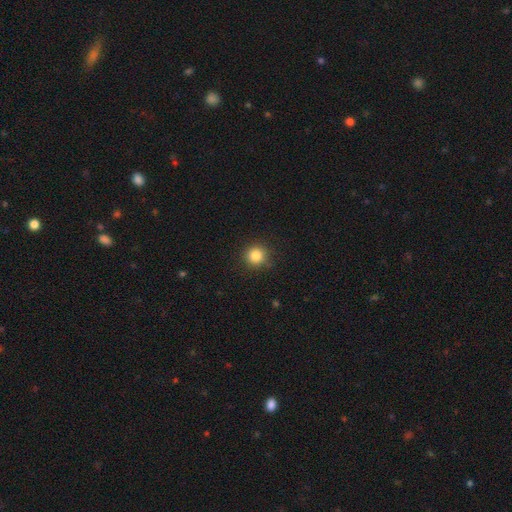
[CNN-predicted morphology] Smooth or featured?
  - smooth: 85% *
  - star or artifact: 11%
  - featured or disk: 5%
How rounded?
  - round: 94% *
  - in between: 5%
  - cigar-shaped: 1%
Merging?
  - none: 89% *
  - minor disturbance: 8%
  - major disturbance: 2%
  - merger: 1%